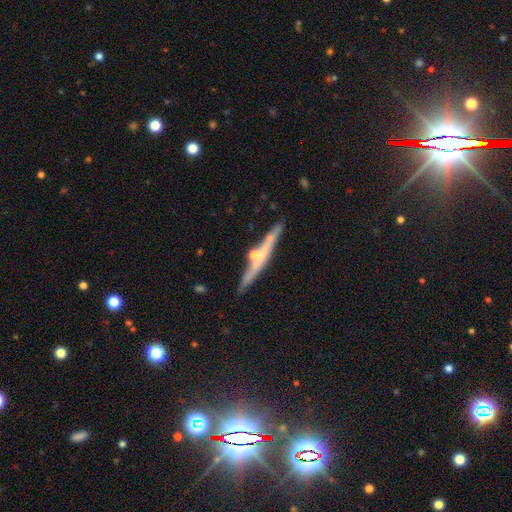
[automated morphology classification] type=featured or disk (62%); edge-on=yes (94%); edge-on bulge=rounded (78%); merging=none (75%).